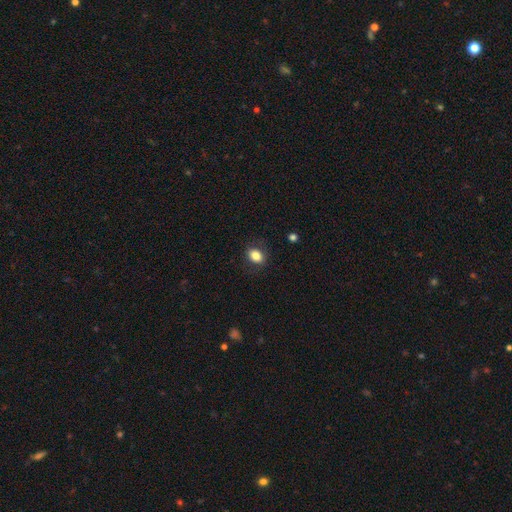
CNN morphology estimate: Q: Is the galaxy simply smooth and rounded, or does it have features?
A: smooth — 84%.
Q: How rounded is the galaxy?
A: in between — 61%.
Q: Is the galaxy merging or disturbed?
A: none — 85%.